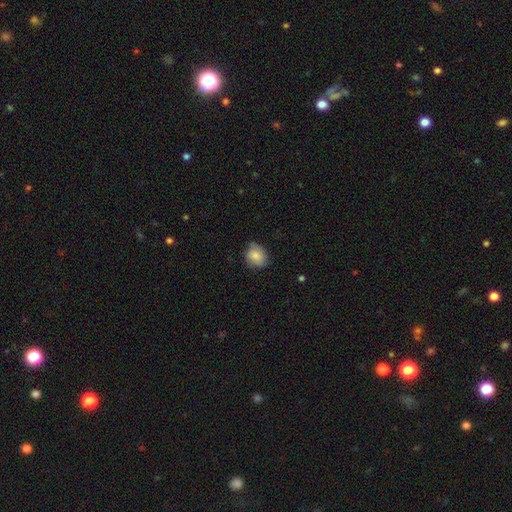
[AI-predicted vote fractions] smooth-or-featured: smooth: 77% | featured or disk: 15% | star or artifact: 8%
  how-rounded: round: 65% | in between: 34% | cigar-shaped: 1%
  merging: none: 69% | minor disturbance: 26% | major disturbance: 4% | merger: 1%